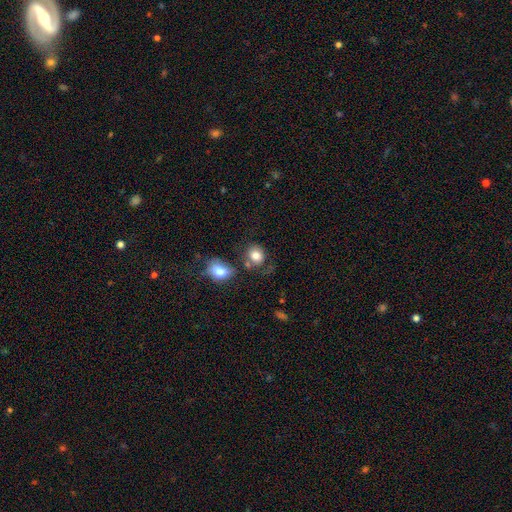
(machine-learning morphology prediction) Overall: smooth (81%). How rounded: round (67%; in between 32%). Merging: none (54%; merger 19%).